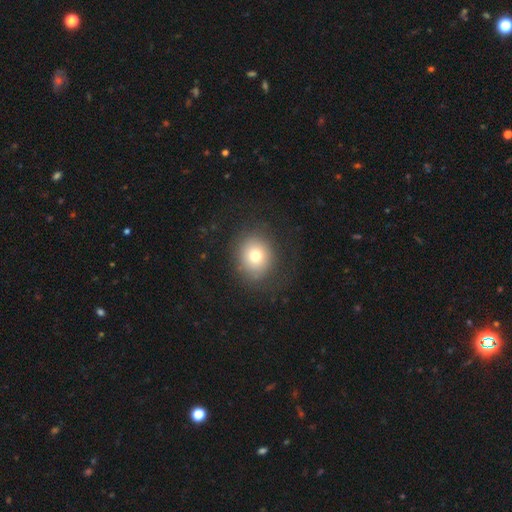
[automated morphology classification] Smooth or featured? smooth (74%)
How rounded? round (76%)
Merging? none (80%)